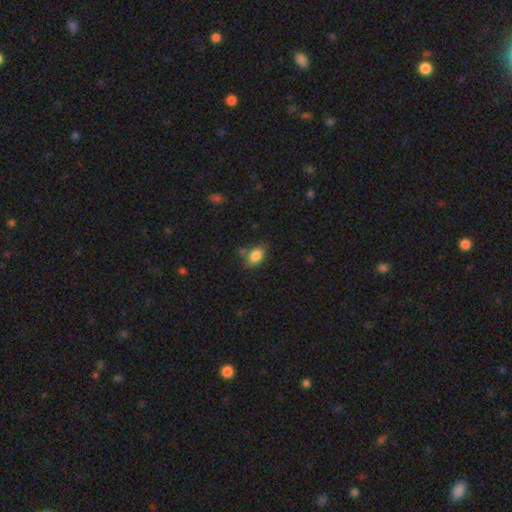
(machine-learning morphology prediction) type=smooth (85%); roundness=in between (83%); merging=none (66%).